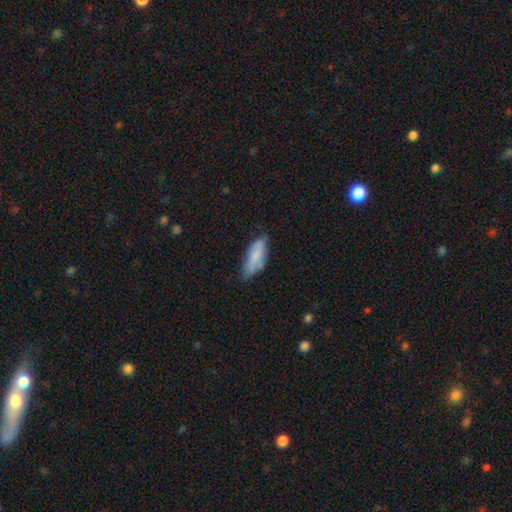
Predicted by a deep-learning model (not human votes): smooth-or-featured: smooth: 73% | featured or disk: 20% | star or artifact: 7%
  how-rounded: in between: 73% | cigar-shaped: 25% | round: 2%
  merging: none: 52% | minor disturbance: 37% | major disturbance: 9% | merger: 2%